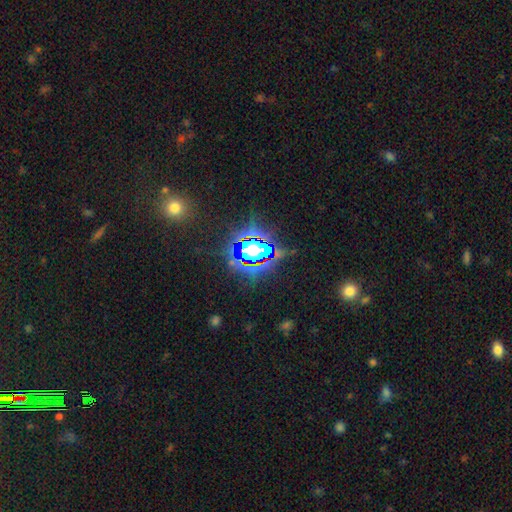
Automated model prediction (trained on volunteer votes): This appears to be a star or artifact, not a galaxy (68%).